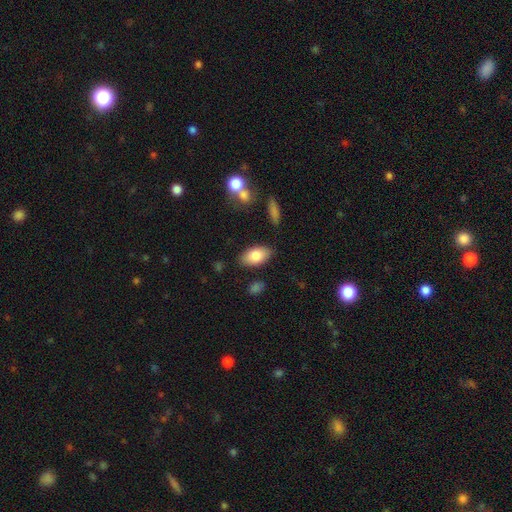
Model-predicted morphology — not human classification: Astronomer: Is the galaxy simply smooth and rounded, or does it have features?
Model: smooth — 80%.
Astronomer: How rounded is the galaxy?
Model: in between — 94%.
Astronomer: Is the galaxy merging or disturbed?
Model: none — 84%.